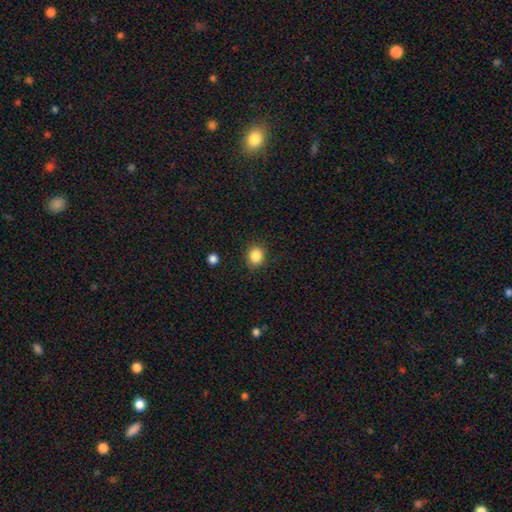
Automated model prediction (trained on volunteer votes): The model was most divided on "how rounded": round: 70%, in between: 29%, cigar-shaped: 1%. More confident: merging — none (88%); smooth or featured — smooth (86%).